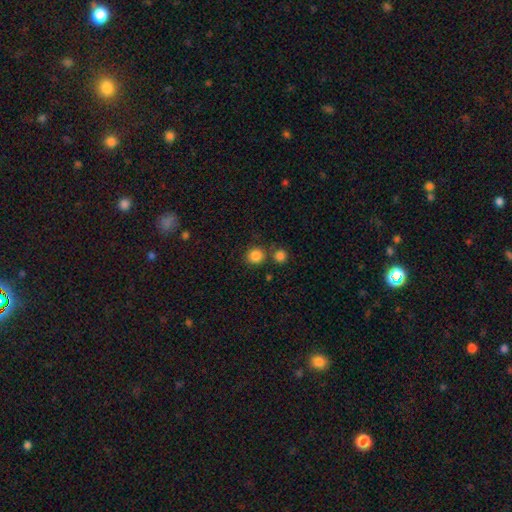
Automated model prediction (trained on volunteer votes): A smooth galaxy with no disk features (85%) that is round (88%).

Vote fractions:
- Smooth or featured? smooth: 85% / star or artifact: 11% / featured or disk: 4%
- How rounded? round: 88% / in between: 11% / cigar-shaped: 1%
- Merging? none: 74% / merger: 15% / minor disturbance: 9% / major disturbance: 3%